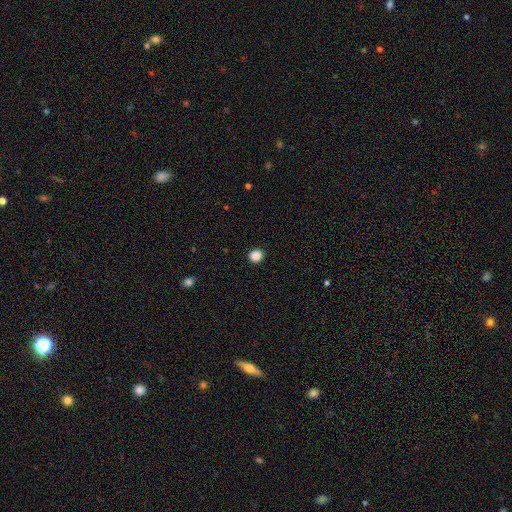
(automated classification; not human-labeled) smooth_or_featured: smooth (p=0.88) [alt: star or artifact p=0.10]
how_rounded: round (p=0.85) [alt: in between p=0.14]
merging: none (p=0.93) [alt: minor disturbance p=0.05]